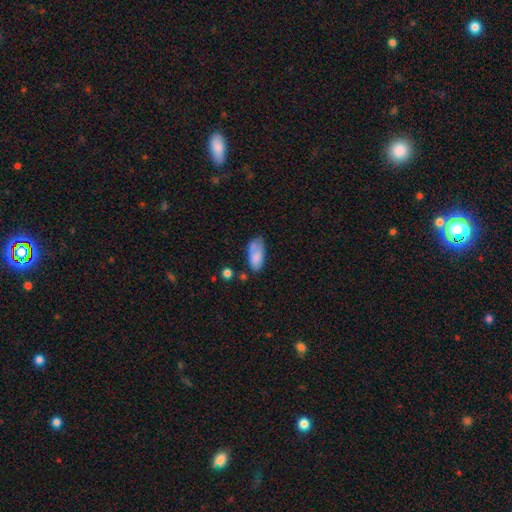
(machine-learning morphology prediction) The model was most divided on "merging": none: 50%, minor disturbance: 28%, merger: 12%, major disturbance: 11%. More confident: how rounded — in between (91%); smooth or featured — smooth (78%).